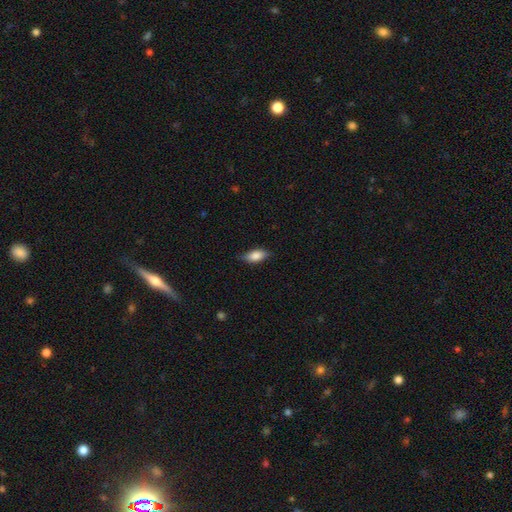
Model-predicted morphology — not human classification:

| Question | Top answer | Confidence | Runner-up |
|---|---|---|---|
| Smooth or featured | smooth | 79% | featured or disk (14%) |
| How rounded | in between | 84% | cigar-shaped (12%) |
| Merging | none | 78% | minor disturbance (18%) |